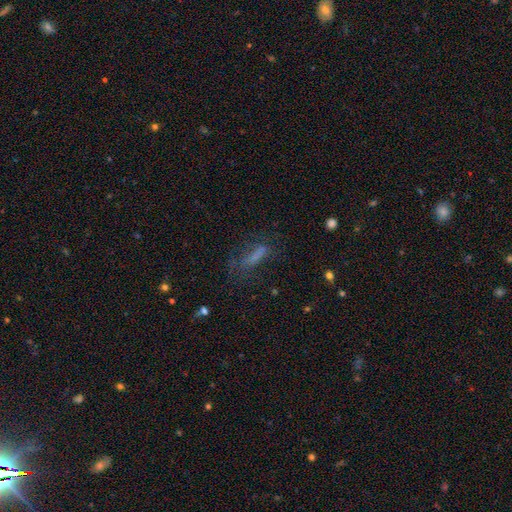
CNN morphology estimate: This appears to be a smooth galaxy with no disk features (58%) that is cigar-shaped (68%). Merging: none (54%).